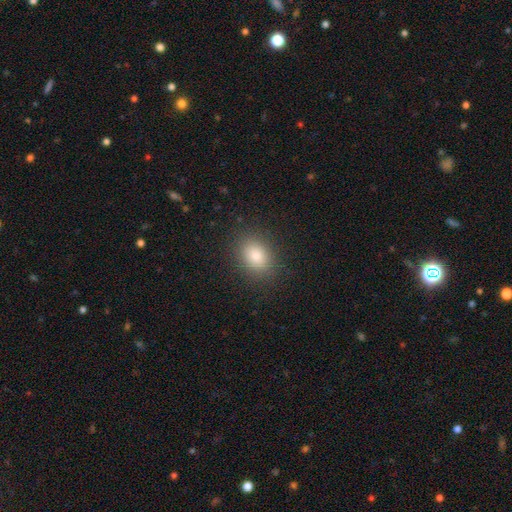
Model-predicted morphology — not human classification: smooth_or_featured: smooth (p=0.83) [alt: star or artifact p=0.10]
how_rounded: in between (p=0.64) [alt: round p=0.35]
merging: none (p=0.88) [alt: minor disturbance p=0.08]